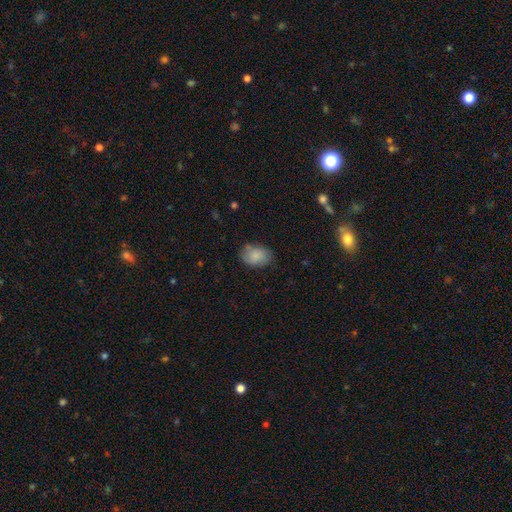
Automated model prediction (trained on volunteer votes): This appears to be a smooth galaxy with no disk features (83%) that is in between round and cigar-shaped (80%). Merging: none (73%).